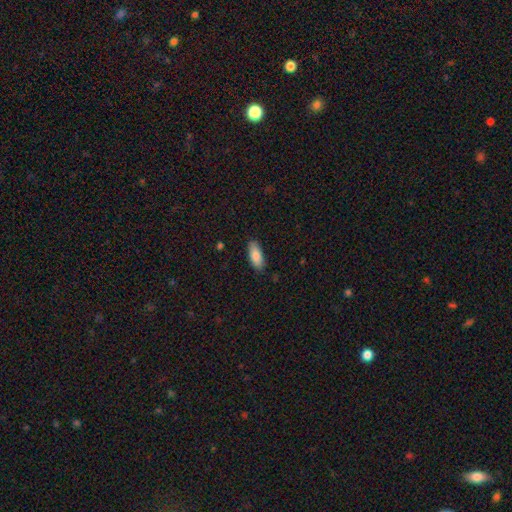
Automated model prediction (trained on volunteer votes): Overall: smooth (84%). How rounded: in between (81%). Merging: none (85%).